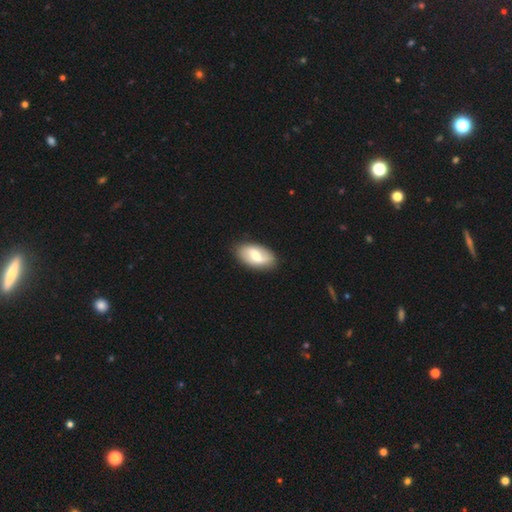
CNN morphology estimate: The model was most divided on "smooth or featured": featured or disk: 50%, smooth: 44%, star or artifact: 5%. More confident: edge-on disk — no (93%); merging — none (86%).